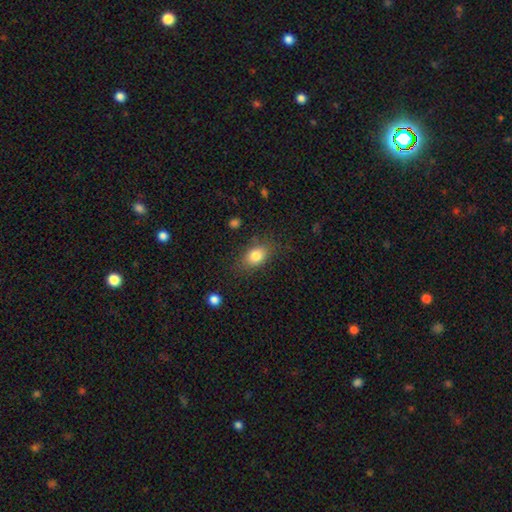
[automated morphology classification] A smooth galaxy with no disk features (82%) that is in between round and cigar-shaped (73%).

Vote fractions:
- Smooth or featured? smooth: 82% / featured or disk: 9% / star or artifact: 9%
- How rounded? in between: 73% / round: 25% / cigar-shaped: 2%
- Merging? none: 78% / minor disturbance: 15% / major disturbance: 5% / merger: 2%